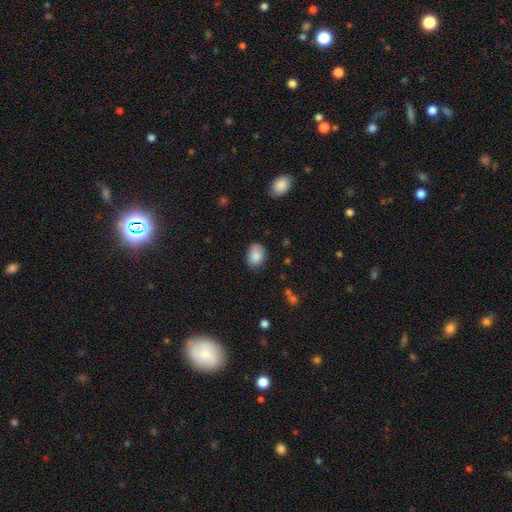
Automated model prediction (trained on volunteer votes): Smooth or featured: smooth — 86% (star or artifact — 8%)
How rounded: in between — 71% (round — 28%)
Merging: none — 76% (minor disturbance — 19%)